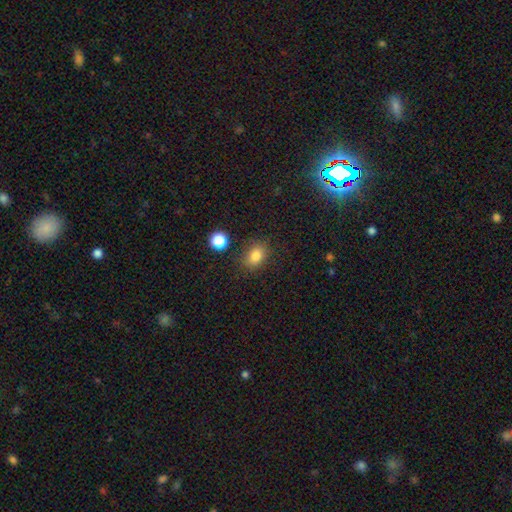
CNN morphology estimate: smooth_or_featured: smooth (p=0.82) [alt: star or artifact p=0.12]
how_rounded: in between (p=0.66) [alt: round p=0.33]
merging: none (p=0.80) [alt: minor disturbance p=0.13]